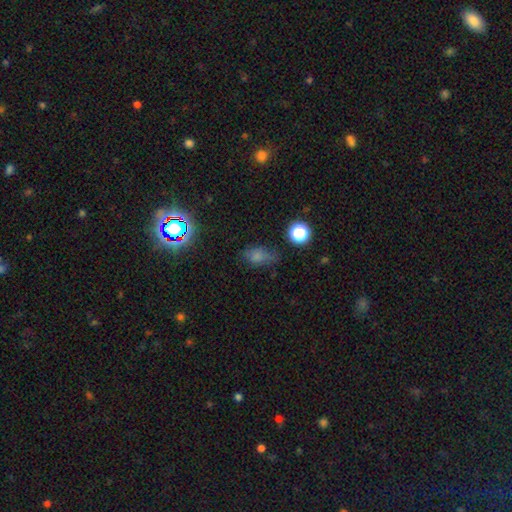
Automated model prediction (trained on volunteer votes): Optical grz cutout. It shows a smooth galaxy with no disk features (64%) that is in between round and cigar-shaped (74%). Merging: none (64%).